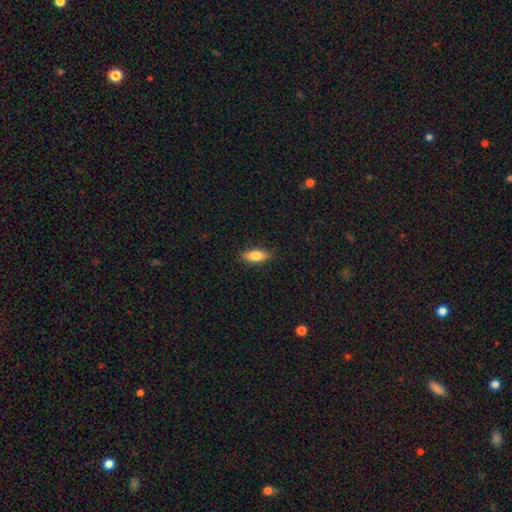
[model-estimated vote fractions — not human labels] The model was most divided on "how rounded": in between: 76%, cigar-shaped: 22%, round: 3%. More confident: merging — none (85%); smooth or featured — smooth (80%).